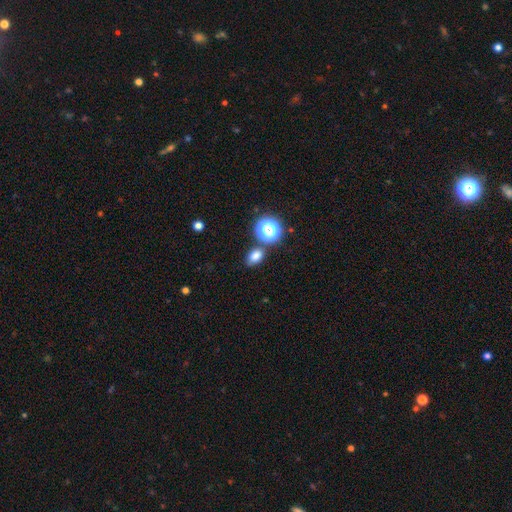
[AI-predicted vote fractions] The model was most divided on "how rounded": in between: 71%, round: 27%, cigar-shaped: 2%. More confident: smooth or featured — smooth (76%); merging — none (73%).